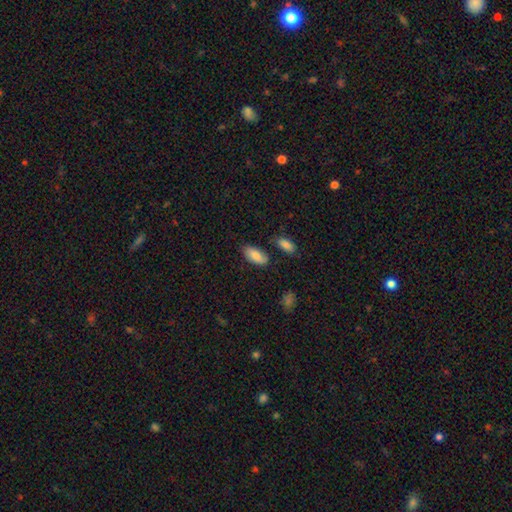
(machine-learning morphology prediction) type=smooth (83%); roundness=in between (92%); merging=none (75%).